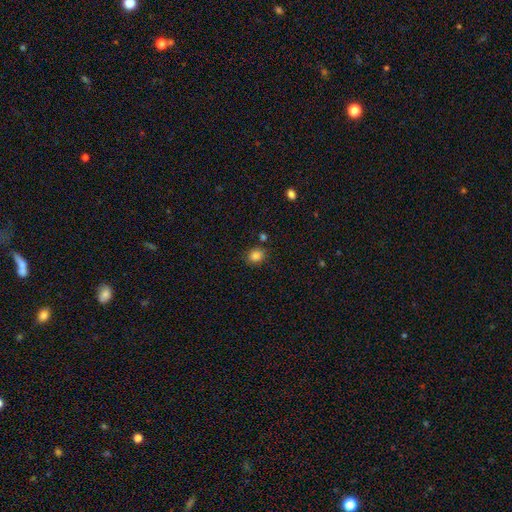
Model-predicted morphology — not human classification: Smooth or featured: smooth — 84% (star or artifact — 11%)
How rounded: round — 68% (in between — 31%)
Merging: none — 79% (minor disturbance — 12%)